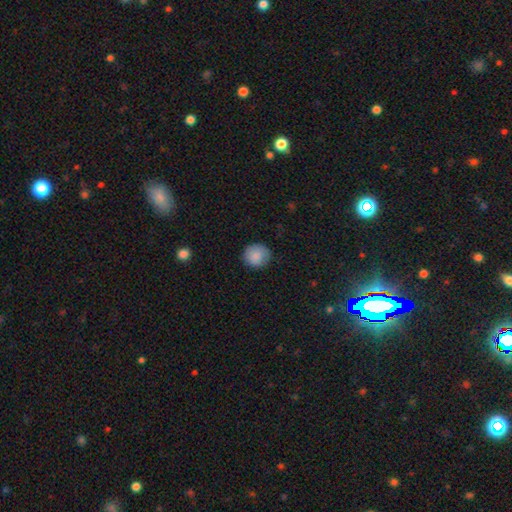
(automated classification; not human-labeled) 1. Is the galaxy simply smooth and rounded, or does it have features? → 87% smooth, 8% star or artifact, 5% featured or disk.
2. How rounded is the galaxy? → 91% round, 8% in between, 1% cigar-shaped.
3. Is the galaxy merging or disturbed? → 85% none, 11% minor disturbance, 2% major disturbance, 1% merger.